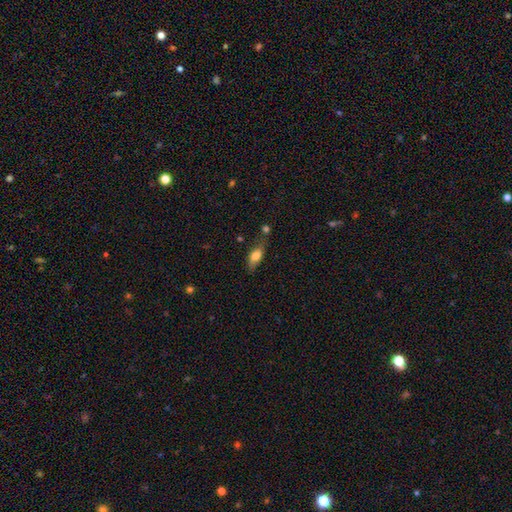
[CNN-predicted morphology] This is likely a smooth galaxy (75%). How rounded: likely in between (77%). Merging: possibly none (59%).